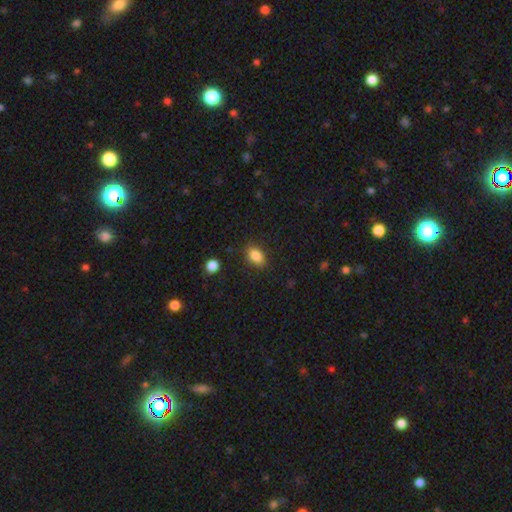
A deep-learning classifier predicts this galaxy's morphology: smooth 86%, star or artifact 9%, featured or disk 5%. Down the decision tree: how rounded — in between (83%); merging — none (84%).